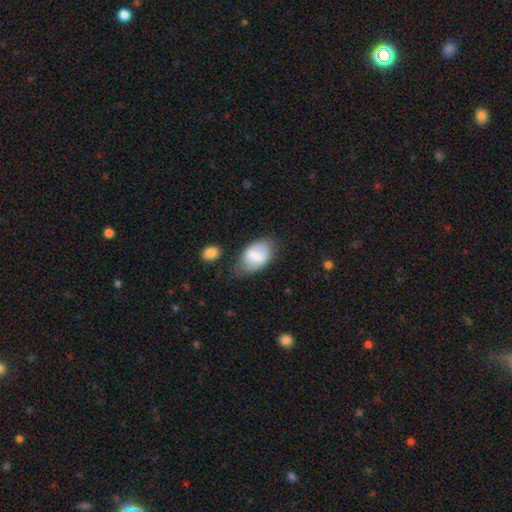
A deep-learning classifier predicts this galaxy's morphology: Smooth or featured?
  - smooth: 69% *
  - featured or disk: 24%
  - star or artifact: 7%
How rounded?
  - in between: 89% *
  - round: 9%
  - cigar-shaped: 2%
Merging?
  - none: 56% *
  - minor disturbance: 28%
  - major disturbance: 10%
  - merger: 6%